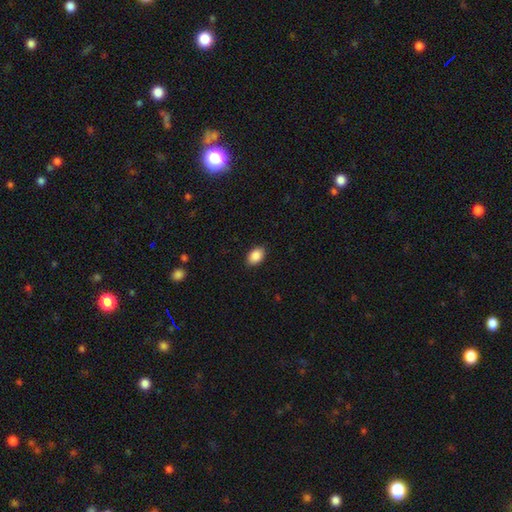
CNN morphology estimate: This appears to be a smooth galaxy with no disk features (88%) that is in between round and cigar-shaped (85%). Merging: none (88%).